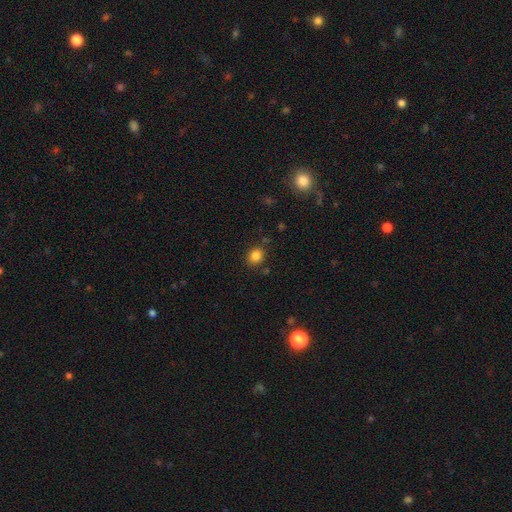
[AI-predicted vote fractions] The model was most divided on "how rounded": round: 69%, in between: 30%, cigar-shaped: 1%. More confident: smooth or featured — smooth (84%); merging — none (83%).